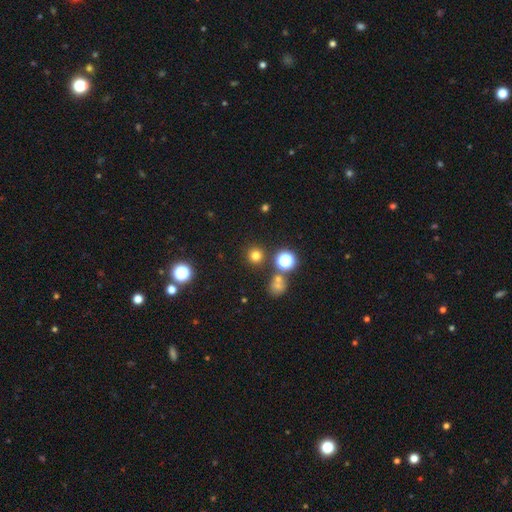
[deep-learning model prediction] Smooth or featured? Predicted: smooth (p=0.73). How rounded? Predicted: round (p=0.94). Merging? Predicted: none (p=0.86).